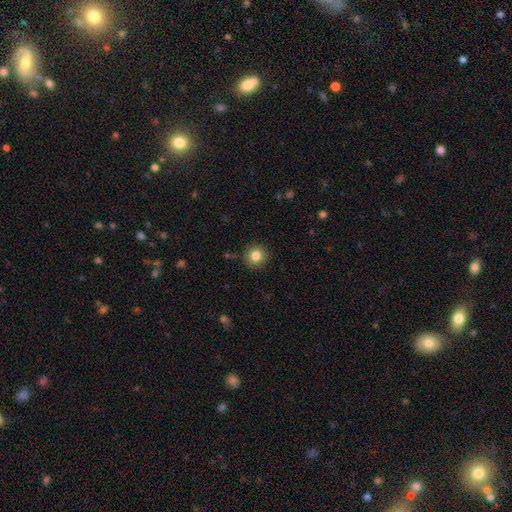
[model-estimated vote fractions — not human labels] Smooth or featured?
  - smooth: 83% *
  - star or artifact: 10%
  - featured or disk: 7%
How rounded?
  - round: 91% *
  - in between: 8%
  - cigar-shaped: 1%
Merging?
  - none: 90% *
  - minor disturbance: 7%
  - major disturbance: 2%
  - merger: 1%